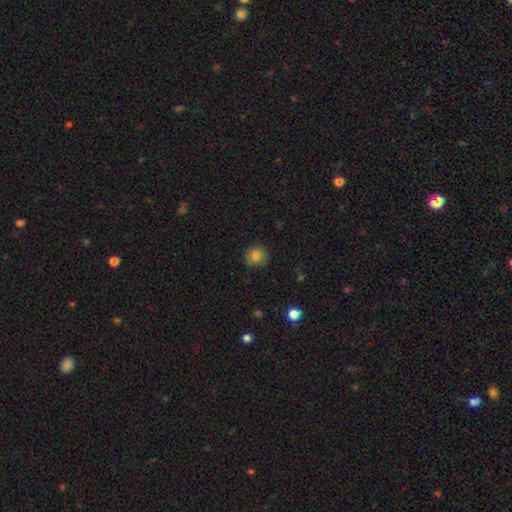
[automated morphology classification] Overall: smooth (81%). How rounded: round (89%). Merging: none (85%).